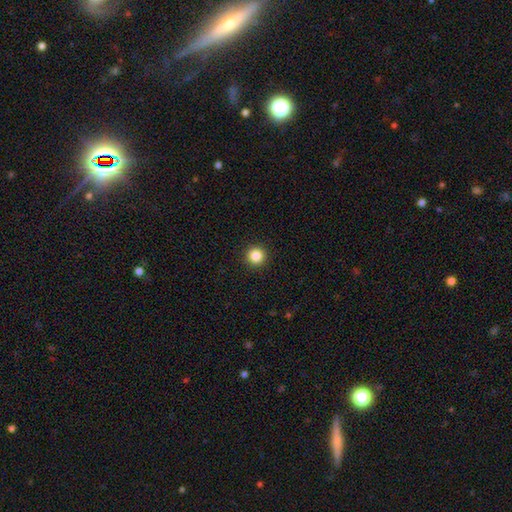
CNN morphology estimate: Overall: smooth (85%). How rounded: round (96%). Merging: none (93%).